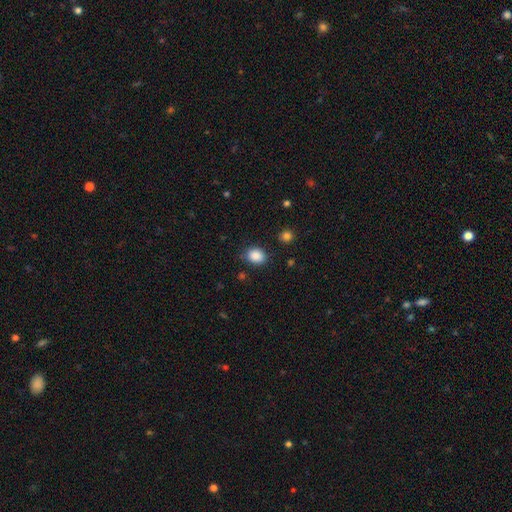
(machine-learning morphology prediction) smooth-or-featured: smooth: 87% | star or artifact: 9% | featured or disk: 4%
  how-rounded: in between: 52% | round: 47% | cigar-shaped: 1%
  merging: none: 82% | minor disturbance: 13% | major disturbance: 4% | merger: 2%